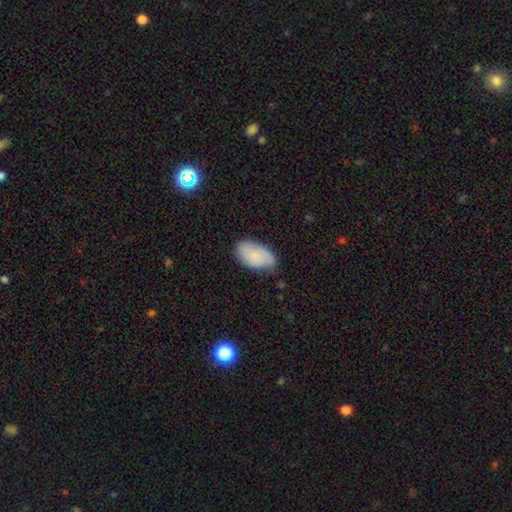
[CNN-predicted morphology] This appears to be a smooth galaxy with no disk features (77%) that is in between round and cigar-shaped (95%). Merging: none (65%).